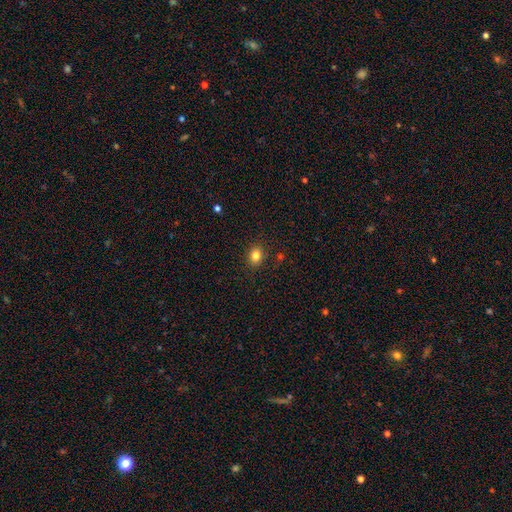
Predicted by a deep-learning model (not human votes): Smooth or featured: smooth — 82% (star or artifact — 12%)
How rounded: in between — 51% (round — 48%)
Merging: none — 88% (minor disturbance — 8%)